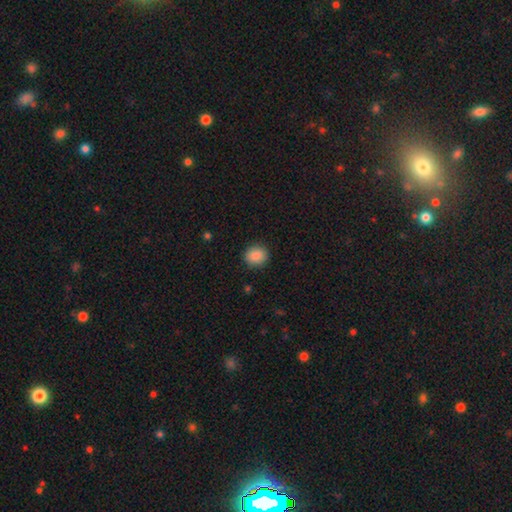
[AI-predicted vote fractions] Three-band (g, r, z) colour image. It shows a smooth galaxy with no disk features (88%) that is round (81%). Merging: none (90%).